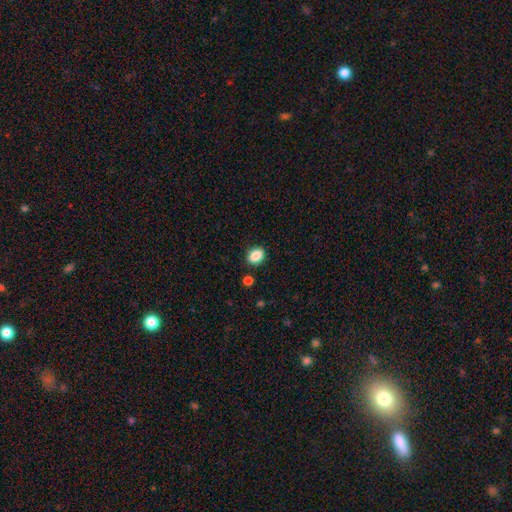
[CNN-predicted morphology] This is clearly a smooth galaxy (87%). How rounded: likely in between (63%). Merging: clearly none (85%).